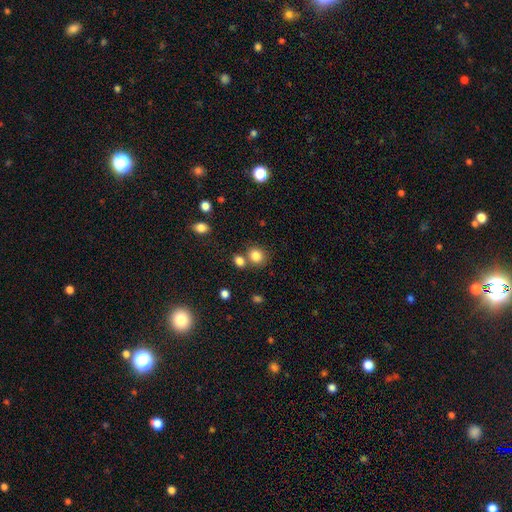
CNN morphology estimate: Smooth or featured?
  - smooth: 83% *
  - star or artifact: 11%
  - featured or disk: 6%
How rounded?
  - round: 73% *
  - in between: 26%
  - cigar-shaped: 1%
Merging?
  - none: 65% *
  - merger: 22%
  - minor disturbance: 10%
  - major disturbance: 4%